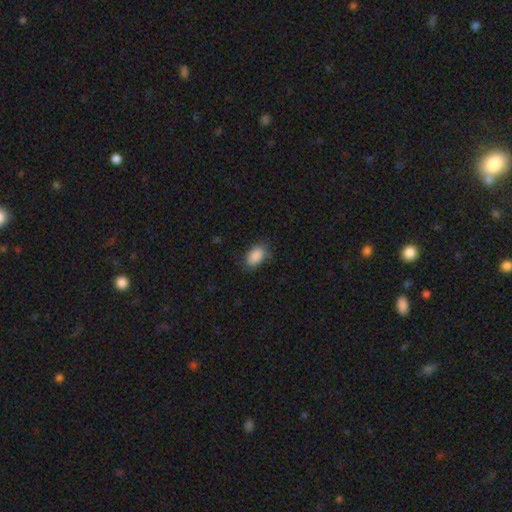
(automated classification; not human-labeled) Q: Smooth or featured?
A: smooth (88%); runner-up: star or artifact (7%)
Q: How rounded?
A: in between (91%); runner-up: round (7%)
Q: Merging?
A: none (77%); runner-up: minor disturbance (17%)